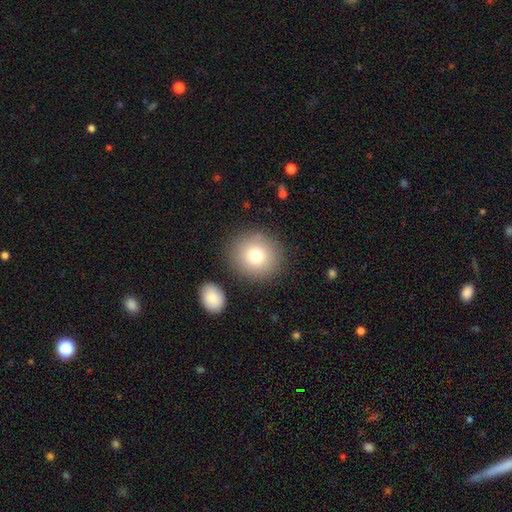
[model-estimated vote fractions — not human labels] This is likely a smooth galaxy (78%). How rounded: clearly round (89%). Merging: clearly none (84%).